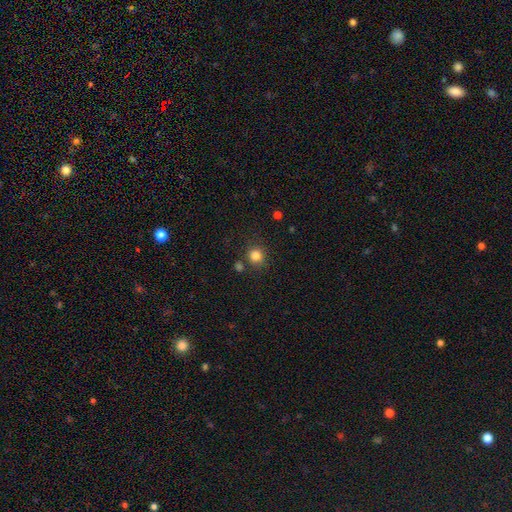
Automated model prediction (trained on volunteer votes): This is clearly a smooth galaxy (83%). How rounded: clearly round (91%). Merging: clearly none (81%).